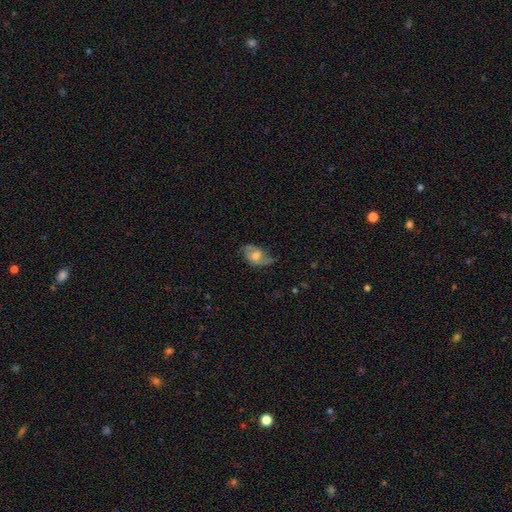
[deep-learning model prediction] Overall: smooth (48%; featured or disk 43%). Merging: none (48%; minor disturbance 33%).